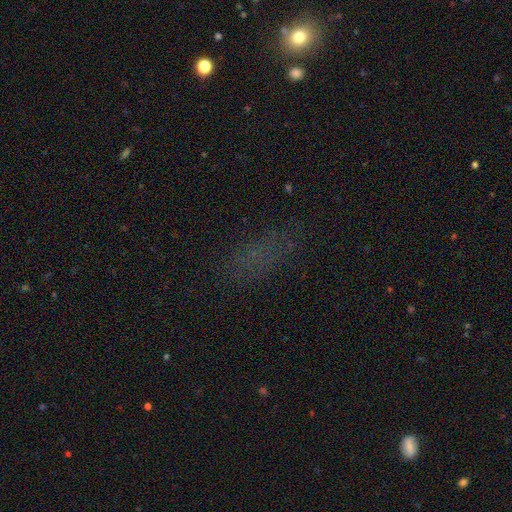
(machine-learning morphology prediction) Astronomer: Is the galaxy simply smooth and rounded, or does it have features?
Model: smooth — 52% (runner-up: star or artifact, 34%).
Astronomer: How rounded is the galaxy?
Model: in between — 72%.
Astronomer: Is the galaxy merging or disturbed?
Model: none — 74%.